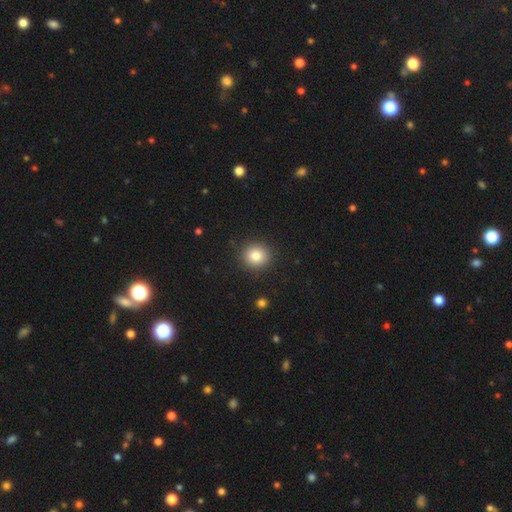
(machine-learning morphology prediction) Smooth or featured?
  - smooth: 83% *
  - star or artifact: 10%
  - featured or disk: 7%
How rounded?
  - round: 88% *
  - in between: 11%
  - cigar-shaped: 1%
Merging?
  - none: 91% *
  - minor disturbance: 6%
  - major disturbance: 2%
  - merger: 1%